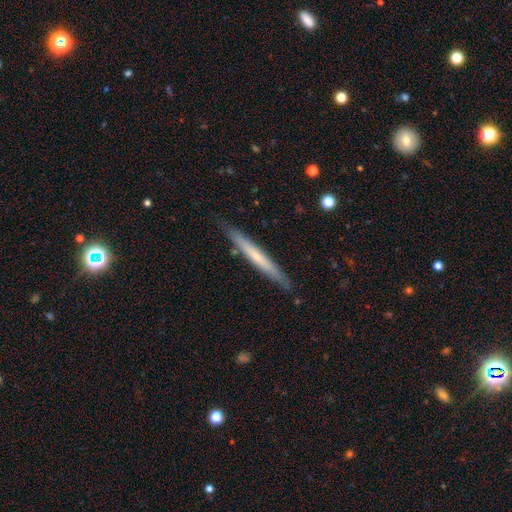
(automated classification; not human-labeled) smooth_or_featured: featured or disk (p=0.48) [alt: smooth p=0.47]
merging: none (p=0.86) [alt: minor disturbance p=0.11]